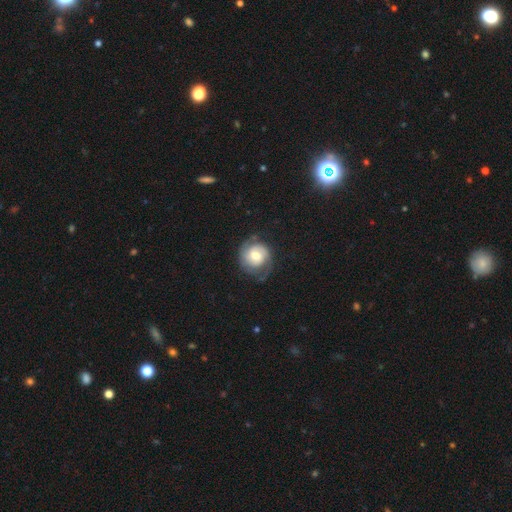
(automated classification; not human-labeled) Smooth or featured?
  - featured or disk: 66% *
  - smooth: 28%
  - star or artifact: 6%
Edge-on disk?
  - no: 98% *
  - yes: 2%
Bar?
  - no: 55% *
  - weak: 36%
  - strong: 8%
Spiral arms?
  - yes: 89% *
  - no: 11%
Spiral winding?
  - tight: 50% *
  - medium: 35%
  - loose: 14%
Spiral arm count?
  - 2: 72% *
  - can't tell: 13%
  - 1: 8%
  - 3: 4%
  - 4: 2%
  - more than 4: 2%
Bulge size?
  - moderate: 62% *
  - small: 20%
  - large: 15%
  - dominant: 2%
  - none: 2%
Merging?
  - none: 64% *
  - minor disturbance: 21%
  - major disturbance: 13%
  - merger: 1%